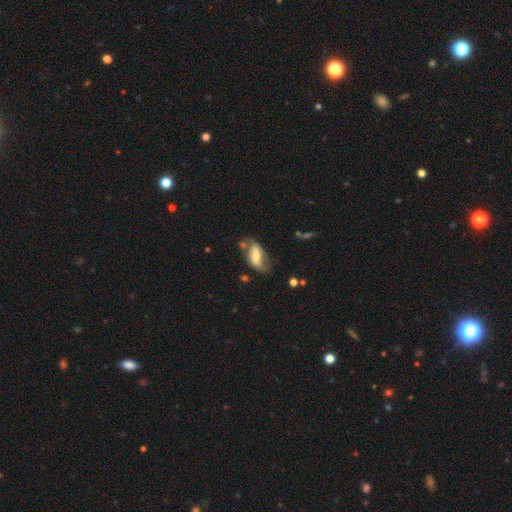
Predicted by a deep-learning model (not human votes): Q: Smooth or featured?
A: featured or disk (47%); runner-up: smooth (45%)
Q: Merging?
A: none (50%); runner-up: minor disturbance (28%)